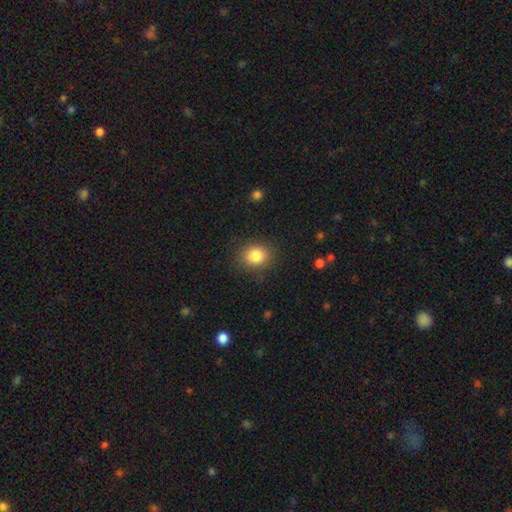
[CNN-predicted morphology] Smooth or featured?
  - smooth: 84% *
  - star or artifact: 10%
  - featured or disk: 6%
How rounded?
  - round: 69% *
  - in between: 30%
  - cigar-shaped: 1%
Merging?
  - none: 85% *
  - minor disturbance: 10%
  - major disturbance: 3%
  - merger: 1%